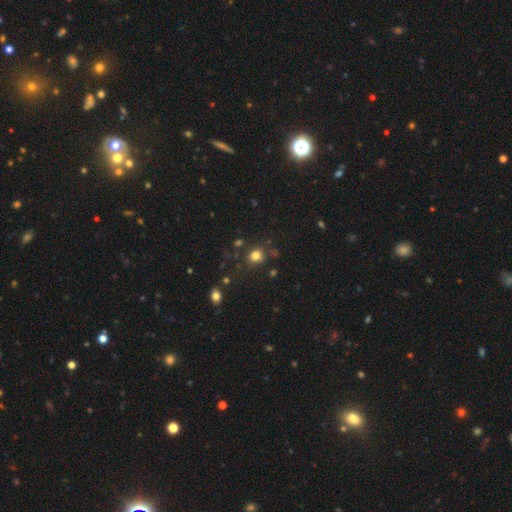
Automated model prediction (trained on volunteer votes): Smooth or featured? Predicted: smooth (p=0.78). How rounded? Predicted: round (p=0.77). Merging? Predicted: none (p=0.78).